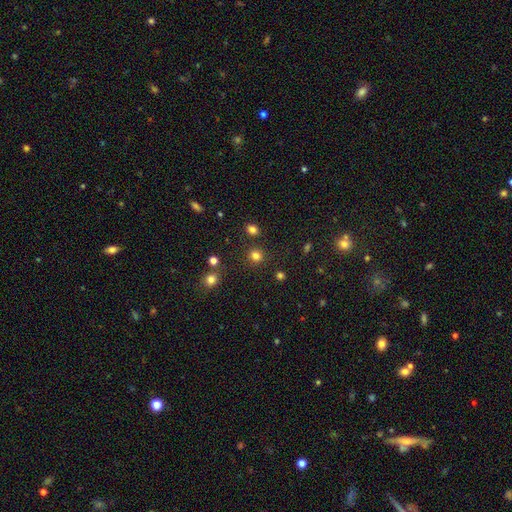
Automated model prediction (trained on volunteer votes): Morphology: type=smooth (79%); roundness=round (85%); merging=none (84%).